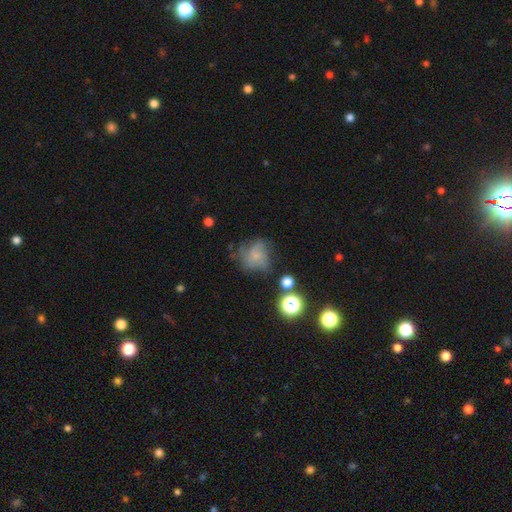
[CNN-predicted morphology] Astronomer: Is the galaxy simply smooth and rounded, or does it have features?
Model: smooth — 45% (runner-up: featured or disk, 38%).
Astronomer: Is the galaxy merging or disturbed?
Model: none — 47% (runner-up: minor disturbance, 25%).